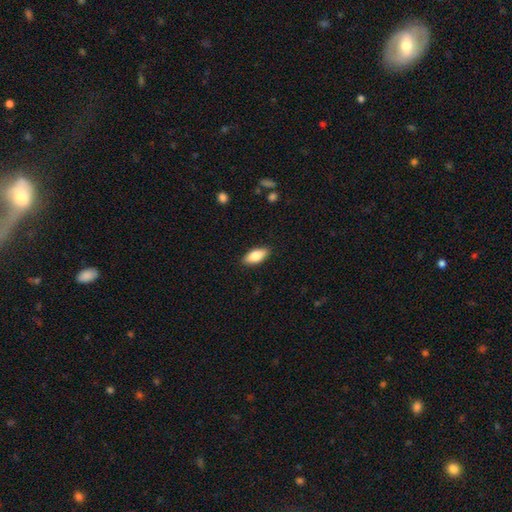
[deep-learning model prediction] Smooth or featured: smooth — 78% (featured or disk — 15%)
How rounded: in between — 85% (cigar-shaped — 12%)
Merging: none — 89% (minor disturbance — 9%)